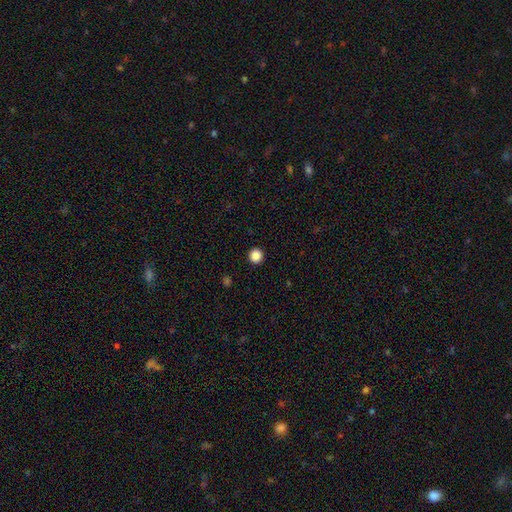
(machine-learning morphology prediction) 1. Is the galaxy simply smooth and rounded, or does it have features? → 87% smooth, 11% star or artifact, 3% featured or disk.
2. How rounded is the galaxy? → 96% round, 3% in between, 1% cigar-shaped.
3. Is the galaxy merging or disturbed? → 94% none, 4% minor disturbance, 1% major disturbance, 1% merger.